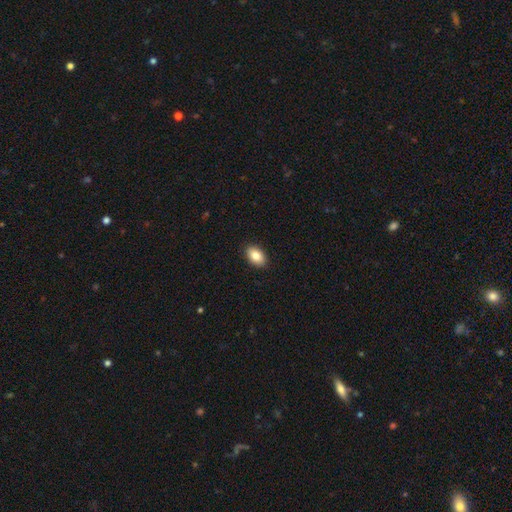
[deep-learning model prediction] Smooth or featured?
  - smooth: 85% *
  - star or artifact: 7%
  - featured or disk: 7%
How rounded?
  - in between: 89% *
  - round: 9%
  - cigar-shaped: 1%
Merging?
  - none: 90% *
  - minor disturbance: 7%
  - major disturbance: 2%
  - merger: 1%